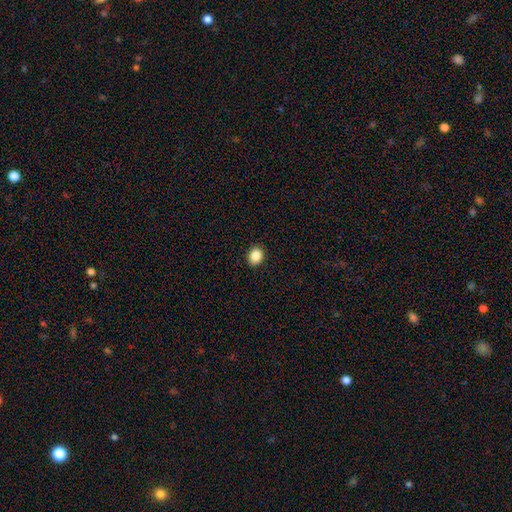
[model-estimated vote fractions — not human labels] smooth_or_featured: smooth (p=0.87) [alt: star or artifact p=0.09]
how_rounded: round (p=0.52) [alt: in between p=0.47]
merging: none (p=0.90) [alt: minor disturbance p=0.07]